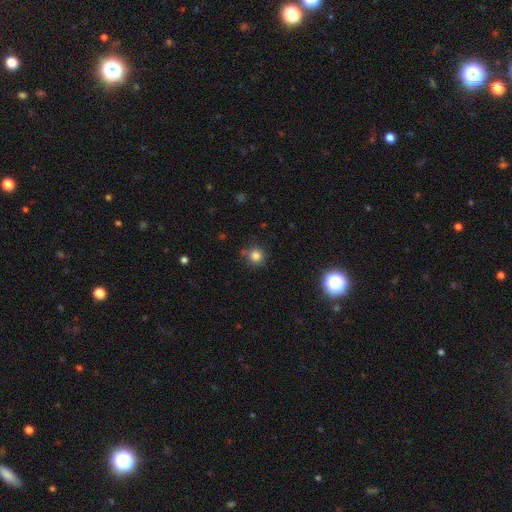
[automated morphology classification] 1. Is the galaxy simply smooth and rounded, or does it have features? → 82% smooth, 13% star or artifact, 5% featured or disk.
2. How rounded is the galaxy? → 92% round, 7% in between, 1% cigar-shaped.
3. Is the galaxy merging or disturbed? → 80% none, 12% minor disturbance, 4% merger, 3% major disturbance.